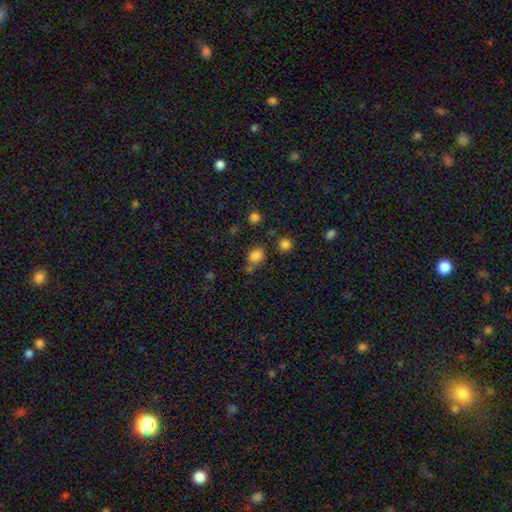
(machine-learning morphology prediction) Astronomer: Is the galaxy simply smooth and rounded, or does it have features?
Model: smooth — 80%.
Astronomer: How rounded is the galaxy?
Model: round — 56% (runner-up: in between, 42%).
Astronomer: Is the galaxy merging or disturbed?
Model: none — 64%.